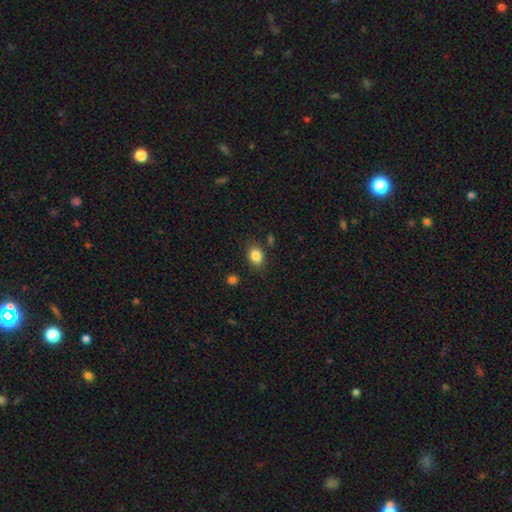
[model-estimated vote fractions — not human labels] Smooth or featured?
  - smooth: 85% *
  - star or artifact: 10%
  - featured or disk: 6%
How rounded?
  - in between: 56% *
  - round: 43%
  - cigar-shaped: 1%
Merging?
  - none: 82% *
  - minor disturbance: 11%
  - merger: 3%
  - major disturbance: 3%